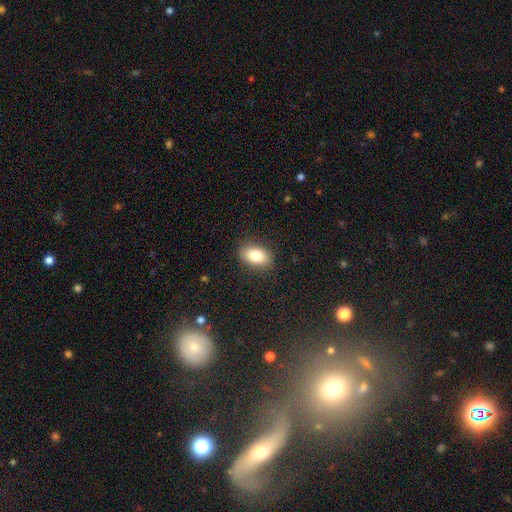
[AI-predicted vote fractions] smooth-or-featured: smooth: 83% | featured or disk: 9% | star or artifact: 8%
  how-rounded: in between: 87% | round: 11% | cigar-shaped: 2%
  merging: none: 87% | minor disturbance: 10% | major disturbance: 3% | merger: 1%